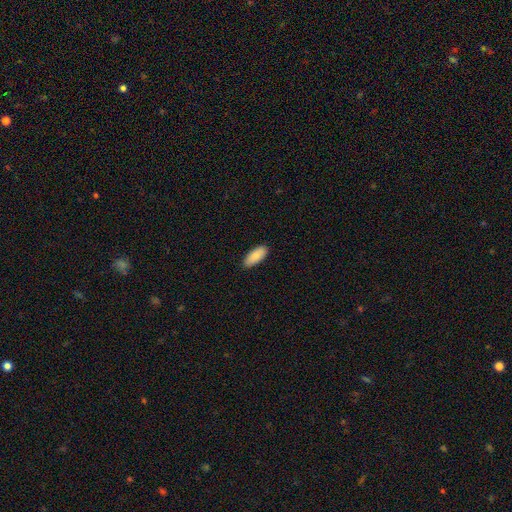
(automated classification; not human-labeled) This appears to be a smooth galaxy with no disk features (87%) that is in between round and cigar-shaped (86%). Merging: none (89%).